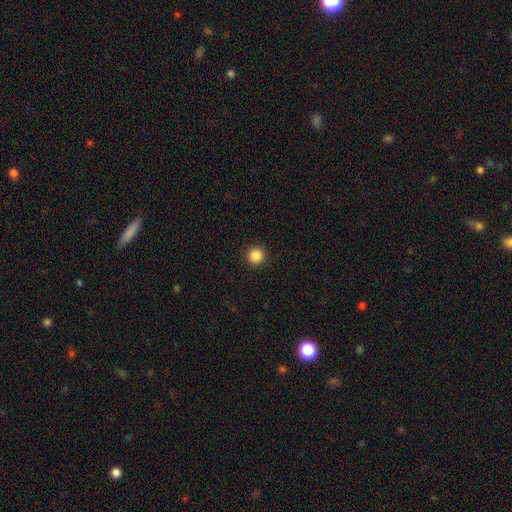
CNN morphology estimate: A smooth galaxy with no disk features (87%) that is round (96%).

Vote fractions:
- Smooth or featured? smooth: 87% / star or artifact: 10% / featured or disk: 3%
- How rounded? round: 96% / in between: 3% / cigar-shaped: 1%
- Merging? none: 93% / minor disturbance: 4% / major disturbance: 2% / merger: 1%